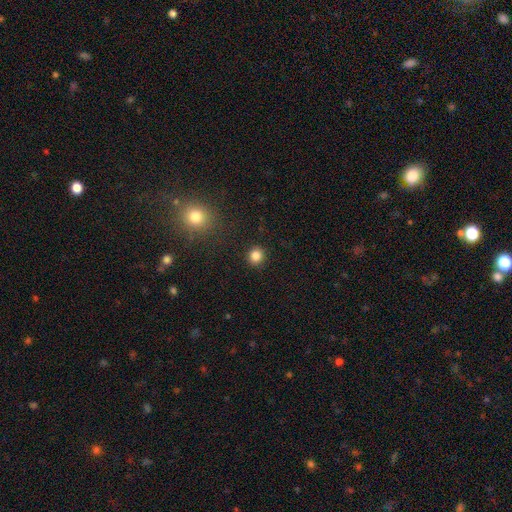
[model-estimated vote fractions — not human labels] Q: Smooth or featured?
A: smooth (84%); runner-up: star or artifact (12%)
Q: How rounded?
A: round (89%); runner-up: in between (10%)
Q: Merging?
A: none (91%); runner-up: minor disturbance (5%)